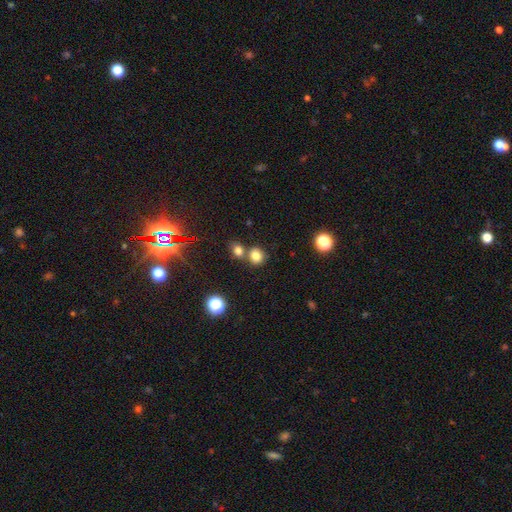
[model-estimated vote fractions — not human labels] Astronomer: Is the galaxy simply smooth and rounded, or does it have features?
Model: smooth — 79%.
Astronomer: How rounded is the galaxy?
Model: round — 78%.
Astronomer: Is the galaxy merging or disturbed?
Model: none — 58%.